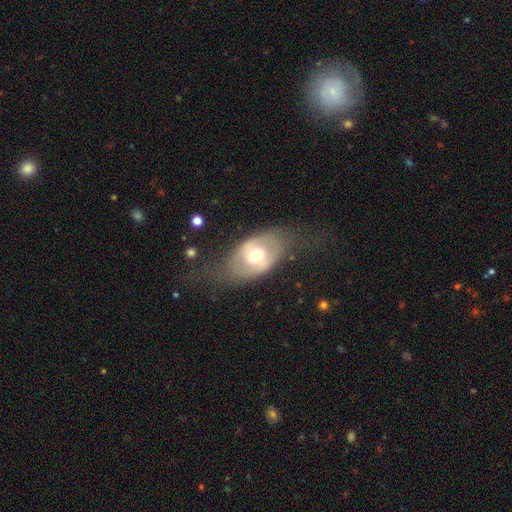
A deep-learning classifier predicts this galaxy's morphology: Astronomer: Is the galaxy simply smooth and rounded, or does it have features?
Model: featured or disk — 49% (runner-up: smooth, 44%).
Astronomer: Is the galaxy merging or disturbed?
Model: none — 60%.